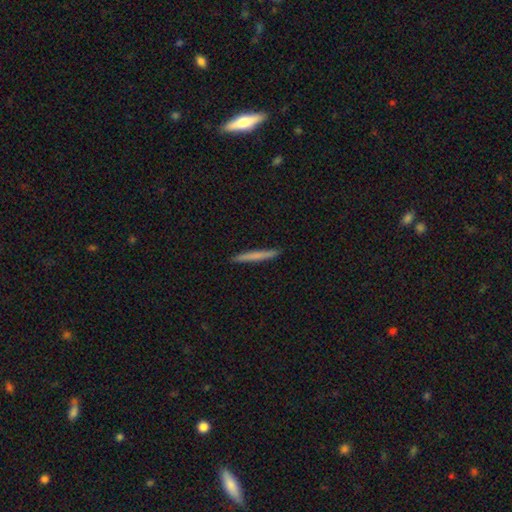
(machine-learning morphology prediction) A smooth galaxy with no disk features (67%) that is cigar-shaped (97%). Merging: none (92%).